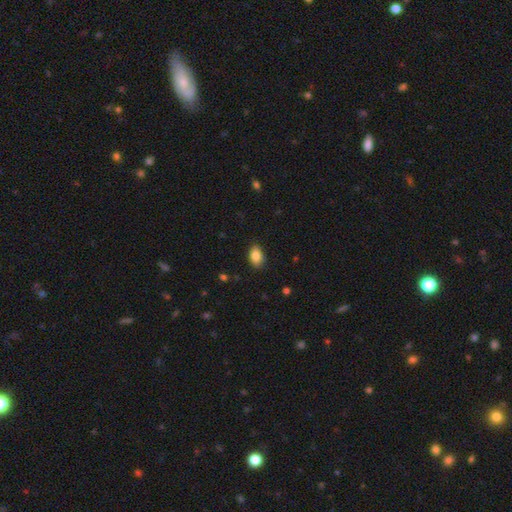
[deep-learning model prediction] smooth-or-featured: smooth: 86% | star or artifact: 8% | featured or disk: 6%
  how-rounded: in between: 87% | round: 11% | cigar-shaped: 1%
  merging: none: 86% | minor disturbance: 11% | major disturbance: 2% | merger: 1%